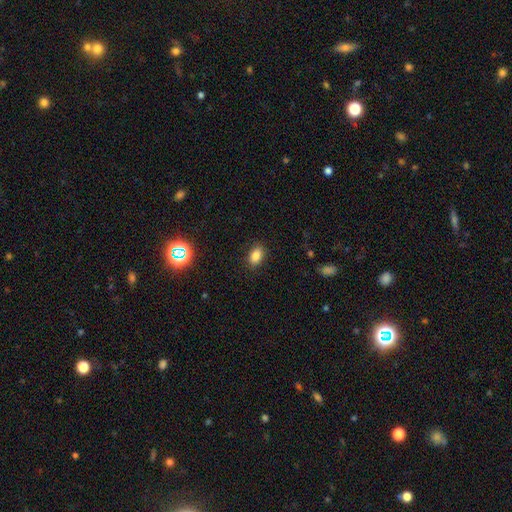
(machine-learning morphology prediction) Q: Smooth or featured?
A: smooth (84%); runner-up: star or artifact (11%)
Q: How rounded?
A: in between (85%); runner-up: round (13%)
Q: Merging?
A: none (87%); runner-up: minor disturbance (9%)